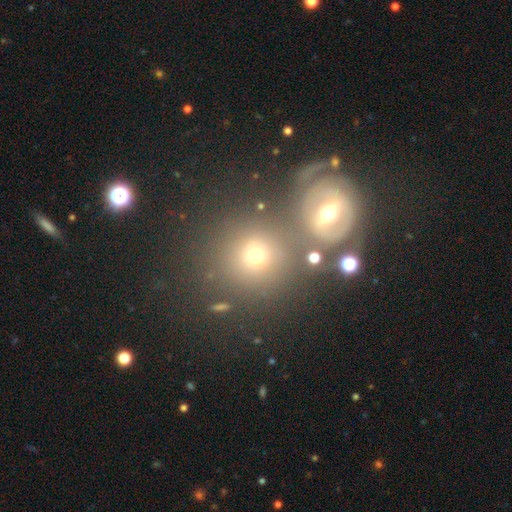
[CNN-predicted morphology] This is possibly a smooth galaxy (56%). How rounded: clearly round (84%). Merging: possibly none (60%).